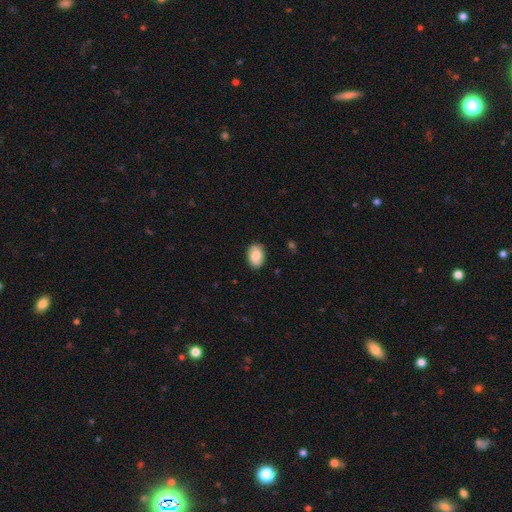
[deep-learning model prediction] smooth-or-featured: smooth: 82% | featured or disk: 11% | star or artifact: 7%
  how-rounded: in between: 84% | round: 15% | cigar-shaped: 1%
  merging: none: 87% | minor disturbance: 10% | major disturbance: 2% | merger: 1%